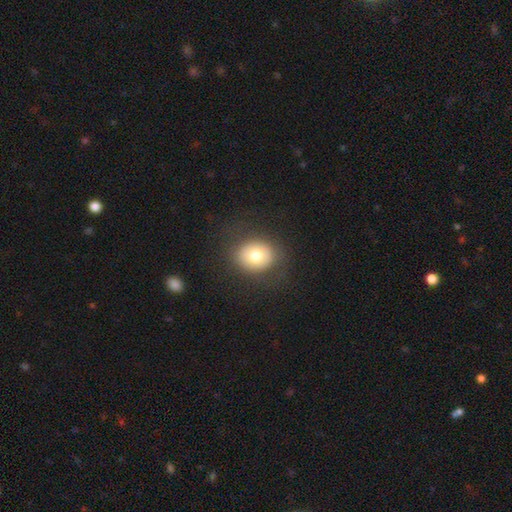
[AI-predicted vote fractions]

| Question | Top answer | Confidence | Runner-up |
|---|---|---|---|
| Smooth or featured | smooth | 73% | featured or disk (17%) |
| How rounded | round | 64% | in between (35%) |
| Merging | none | 82% | minor disturbance (11%) |